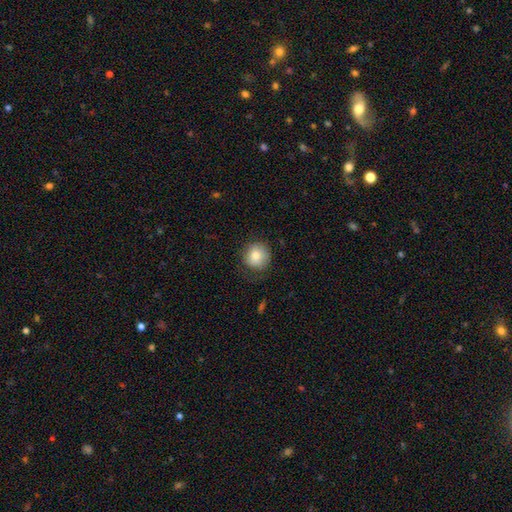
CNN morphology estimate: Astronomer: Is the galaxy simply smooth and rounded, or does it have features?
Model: smooth — 81%.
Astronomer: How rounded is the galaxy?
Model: round — 88%.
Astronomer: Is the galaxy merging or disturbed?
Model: none — 72%.